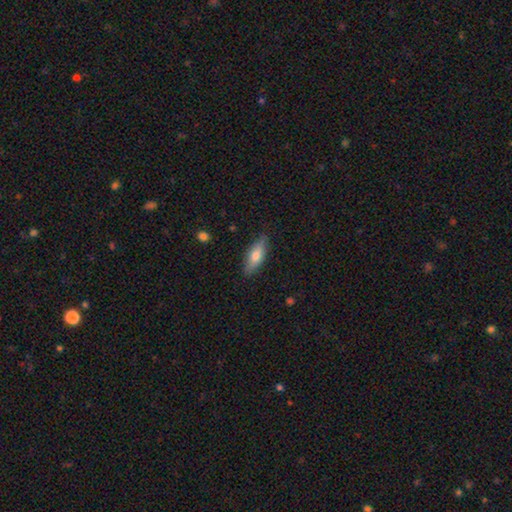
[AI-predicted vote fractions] smooth-or-featured: smooth: 70% | featured or disk: 24% | star or artifact: 6%
  how-rounded: in between: 60% | cigar-shaped: 38% | round: 2%
  merging: none: 85% | minor disturbance: 12% | major disturbance: 2% | merger: 1%